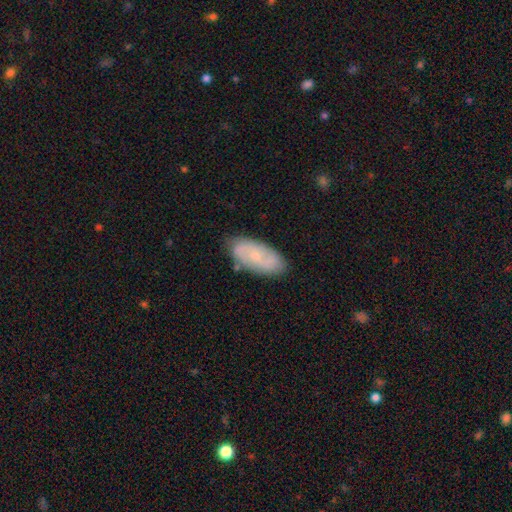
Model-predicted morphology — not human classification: Q: Smooth or featured?
A: featured or disk (52%); runner-up: smooth (41%)
Q: Edge-on disk?
A: no (91%); runner-up: yes (9%)
Q: Merging?
A: none (79%); runner-up: minor disturbance (15%)